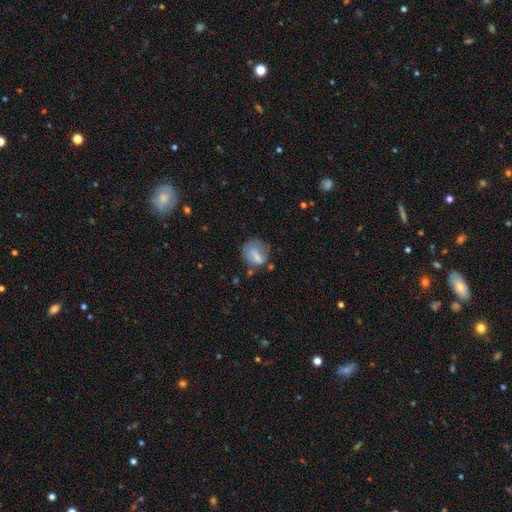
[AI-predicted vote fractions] A smooth galaxy with no disk features (60%) that is round (58%). Merging: none (46%).